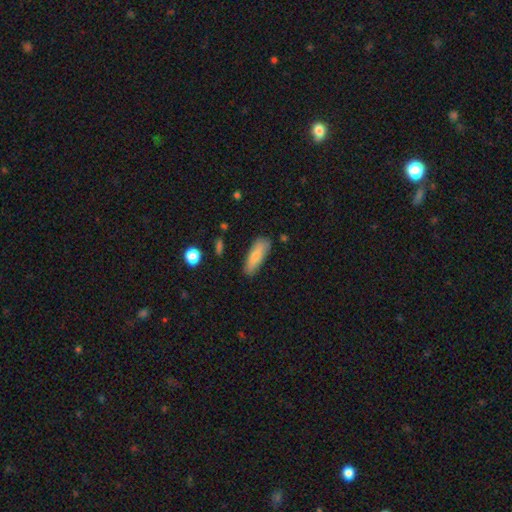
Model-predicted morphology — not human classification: Smooth or featured?
  - smooth: 80% *
  - featured or disk: 14%
  - star or artifact: 6%
How rounded?
  - in between: 58% *
  - cigar-shaped: 40%
  - round: 2%
Merging?
  - none: 79% *
  - minor disturbance: 16%
  - major disturbance: 3%
  - merger: 2%